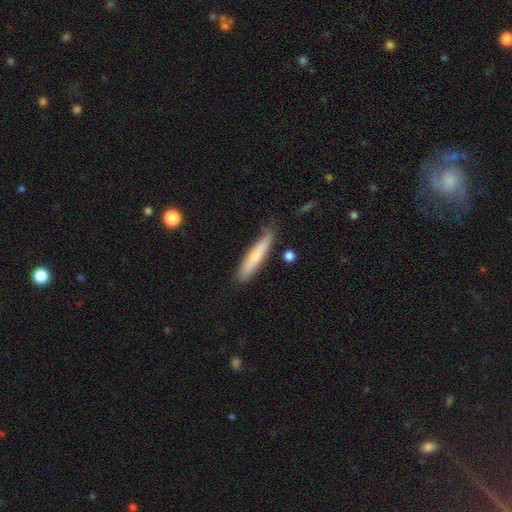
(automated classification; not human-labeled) This appears to be a smooth galaxy with no disk features (67%) that is cigar-shaped (88%). Merging: none (72%).